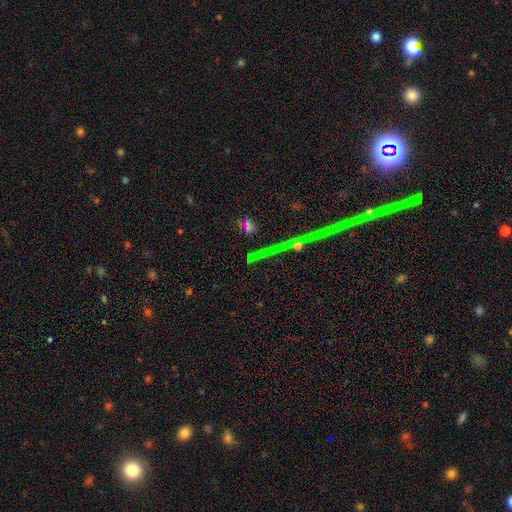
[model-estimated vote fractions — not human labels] Q: Smooth or featured?
A: star or artifact (62%); runner-up: featured or disk (20%)